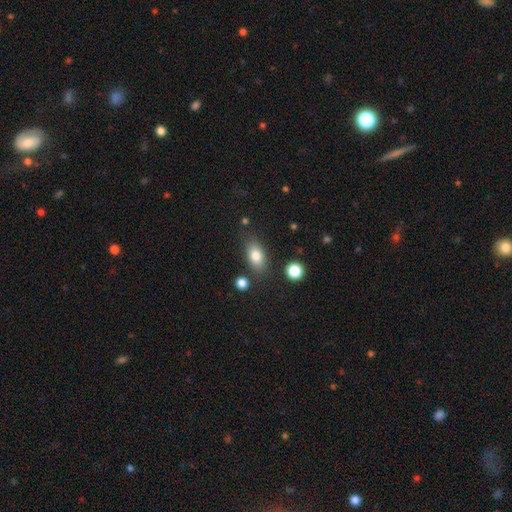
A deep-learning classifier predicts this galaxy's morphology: smooth-or-featured: smooth: 81% | featured or disk: 11% | star or artifact: 8%
  how-rounded: in between: 85% | round: 10% | cigar-shaped: 5%
  merging: none: 79% | minor disturbance: 13% | merger: 4% | major disturbance: 4%